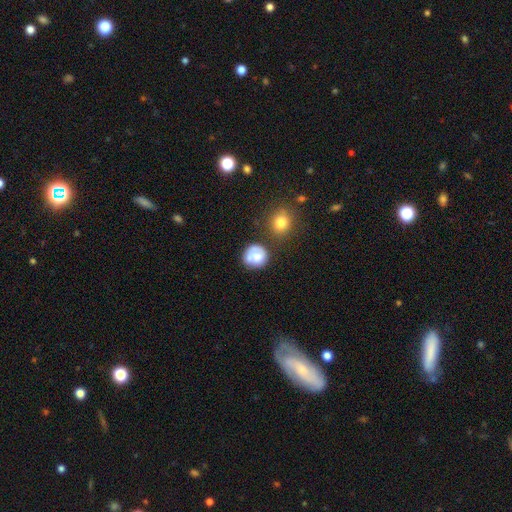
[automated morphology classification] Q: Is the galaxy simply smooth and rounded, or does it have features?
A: smooth — 74%.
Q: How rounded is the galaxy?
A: round — 86%.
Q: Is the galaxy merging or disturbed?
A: none — 56%.